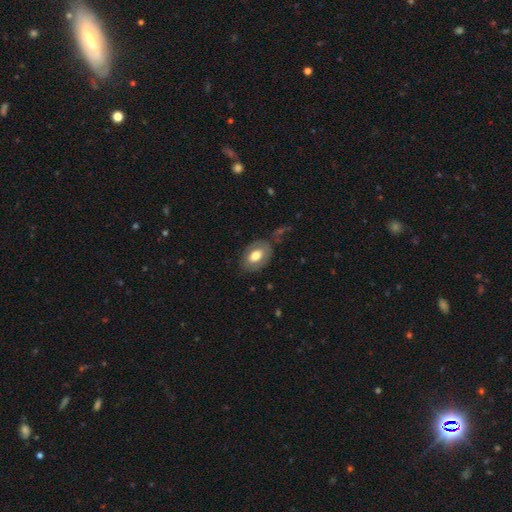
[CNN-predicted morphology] This is likely a smooth galaxy (69%). How rounded: clearly in between (87%). Merging: likely none (75%).